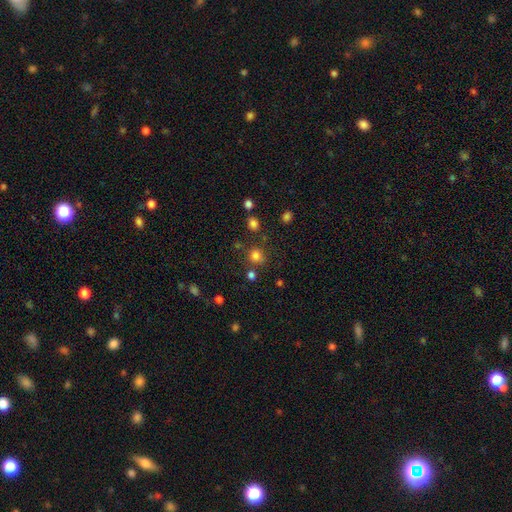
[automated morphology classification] Smooth or featured? smooth (77%)
How rounded? round (88%)
Merging? none (77%)